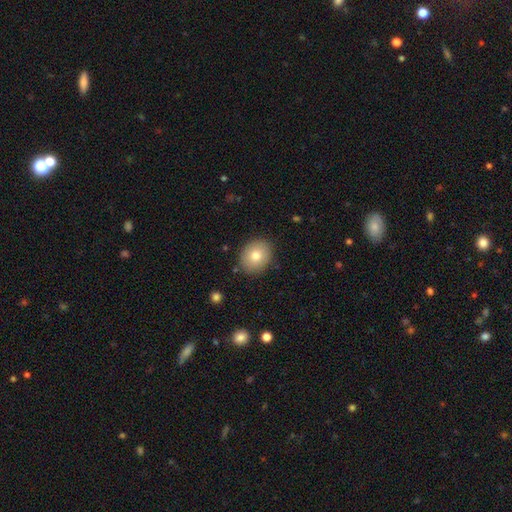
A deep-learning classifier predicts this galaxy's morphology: Smooth or featured? smooth (78%)
How rounded? round (57%)
Merging? none (87%)